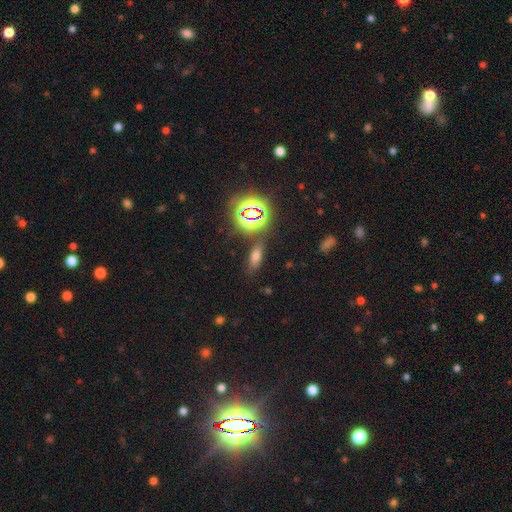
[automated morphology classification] Overall: smooth (57%; star or artifact 32%). How rounded: in between (69%). Merging: none (78%).